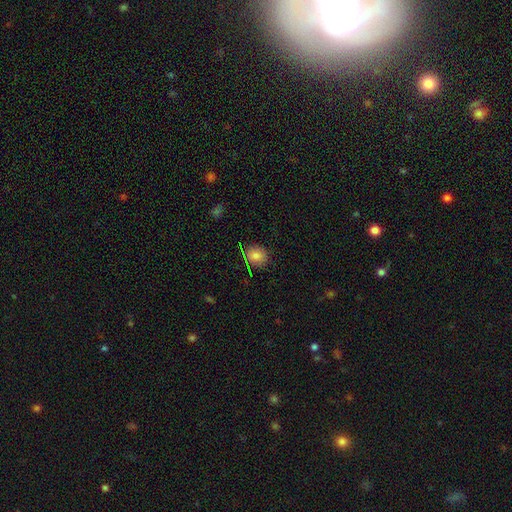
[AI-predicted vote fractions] A smooth galaxy with no disk features (75%) that is round (78%). Merging: none (84%).